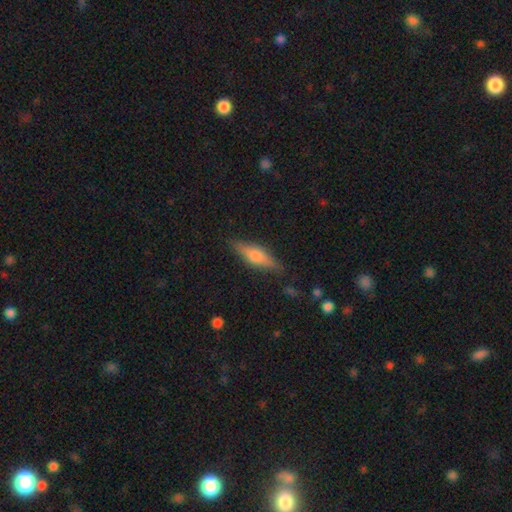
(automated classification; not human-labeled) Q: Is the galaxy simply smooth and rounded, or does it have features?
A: featured or disk — 50%.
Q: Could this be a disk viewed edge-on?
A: yes — 93%.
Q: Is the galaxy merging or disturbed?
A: none — 84%.